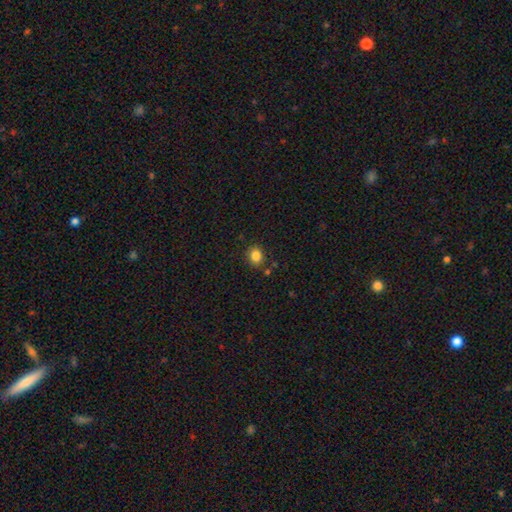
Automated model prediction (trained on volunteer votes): This is clearly a smooth galaxy (84%). How rounded: likely round (63%). Merging: clearly none (83%).